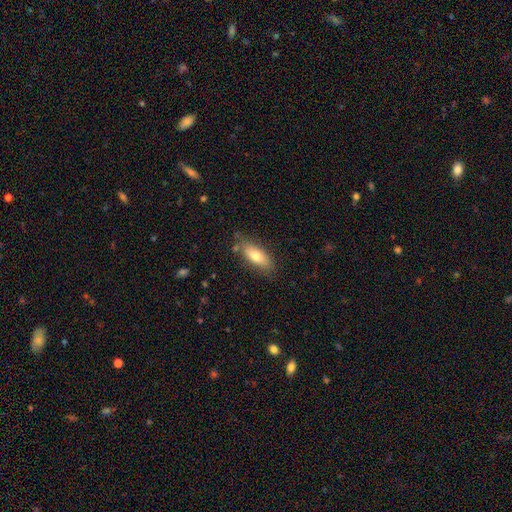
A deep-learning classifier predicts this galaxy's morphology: smooth 73%, featured or disk 20%, star or artifact 7%. Down the decision tree: how rounded — in between (74%); merging — none (78%).